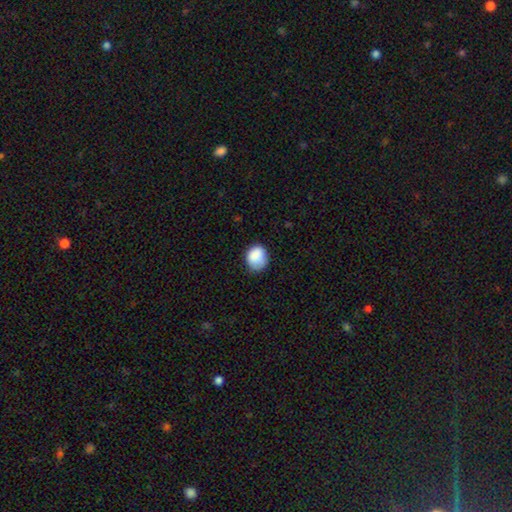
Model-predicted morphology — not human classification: Overall: smooth (87%). How rounded: round (64%; in between 35%). Merging: none (69%).